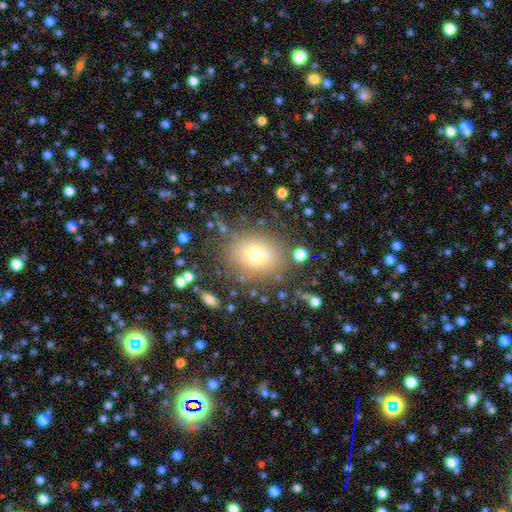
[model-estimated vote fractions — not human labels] This is likely a smooth galaxy (66%). How rounded: likely round (65%). Merging: likely none (77%).